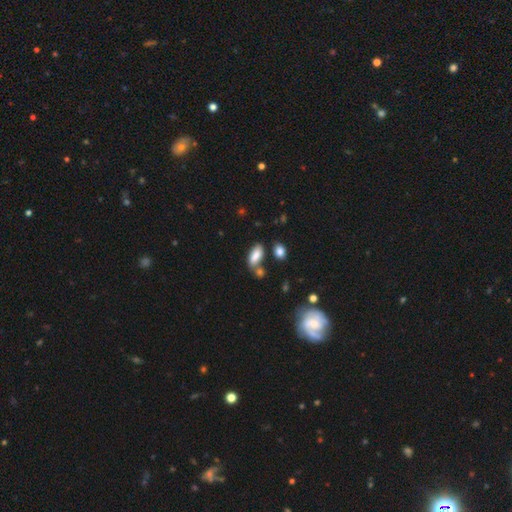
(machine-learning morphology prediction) Smooth or featured? smooth (82%)
How rounded? in between (84%)
Merging? none (55%)